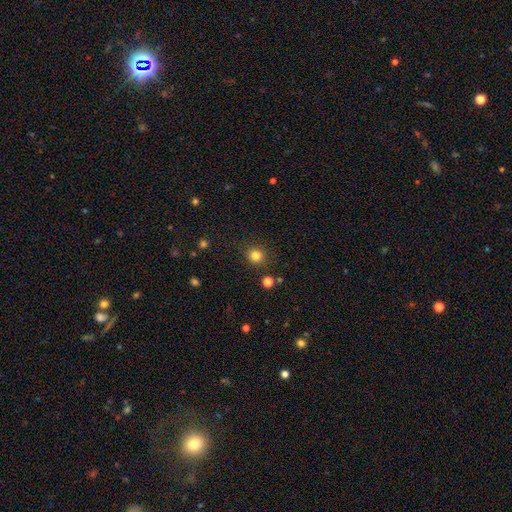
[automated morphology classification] This is clearly a smooth galaxy (81%). How rounded: clearly round (92%). Merging: clearly none (89%).